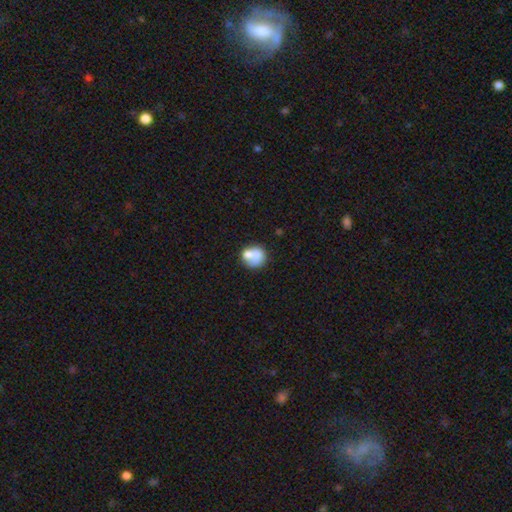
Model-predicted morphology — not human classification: This appears to be a smooth galaxy with no disk features (67%) that is round (75%). Merging: merger (48%).